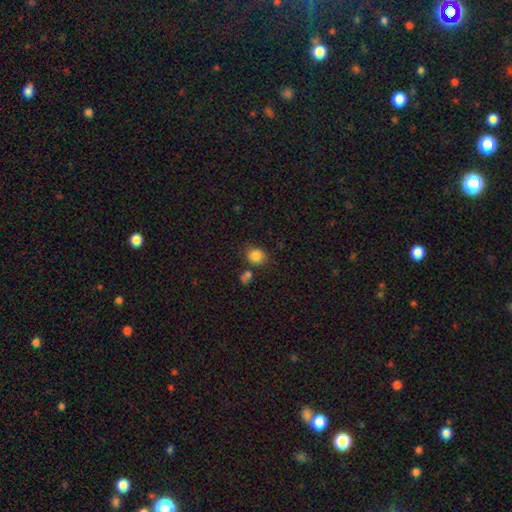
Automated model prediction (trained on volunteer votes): Morphology: type=smooth (85%); roundness=round (76%); merging=none (73%).